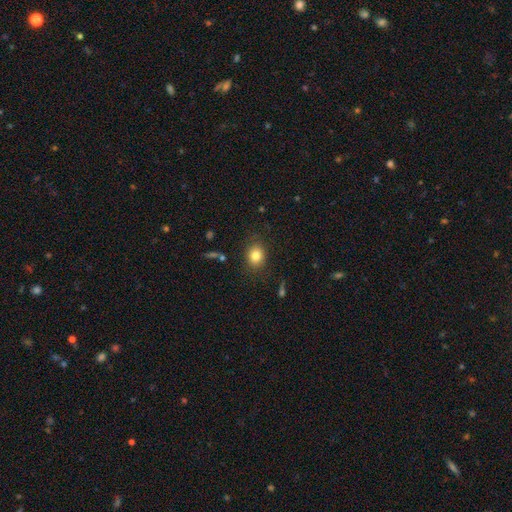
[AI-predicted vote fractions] A smooth galaxy with no disk features (81%) that is round (56%).

Vote fractions:
- Smooth or featured? smooth: 81% / star or artifact: 11% / featured or disk: 8%
- How rounded? round: 56% / in between: 43% / cigar-shaped: 1%
- Merging? none: 85% / minor disturbance: 11% / major disturbance: 3% / merger: 1%